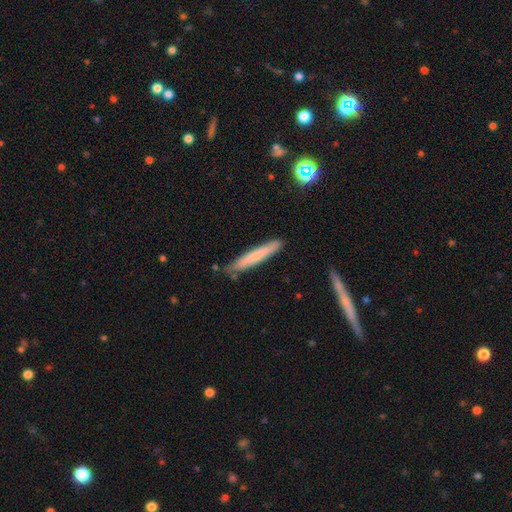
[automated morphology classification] smooth_or_featured: smooth (p=0.68) [alt: featured or disk p=0.26]
how_rounded: cigar-shaped (p=0.95) [alt: in between p=0.04]
merging: none (p=0.82) [alt: minor disturbance p=0.14]